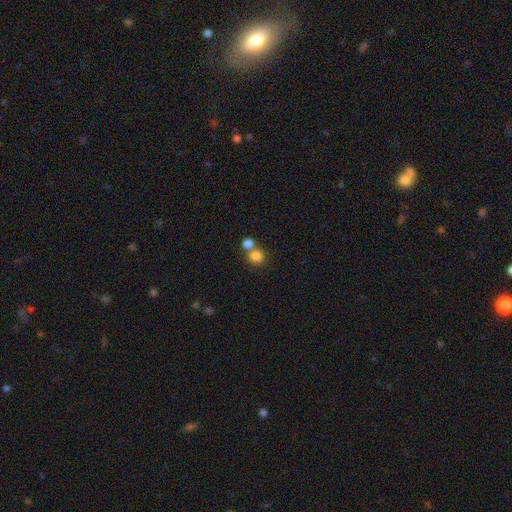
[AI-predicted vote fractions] Morphology: type=smooth (82%); roundness=round (87%); merging=none (51%).